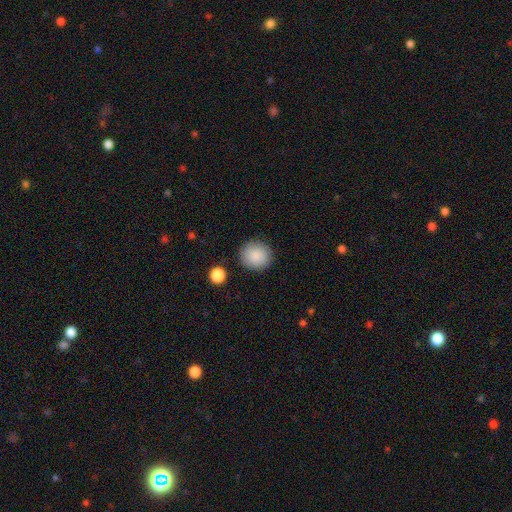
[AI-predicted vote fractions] Q: Smooth or featured?
A: smooth (88%); runner-up: star or artifact (8%)
Q: How rounded?
A: round (89%); runner-up: in between (11%)
Q: Merging?
A: none (88%); runner-up: minor disturbance (8%)